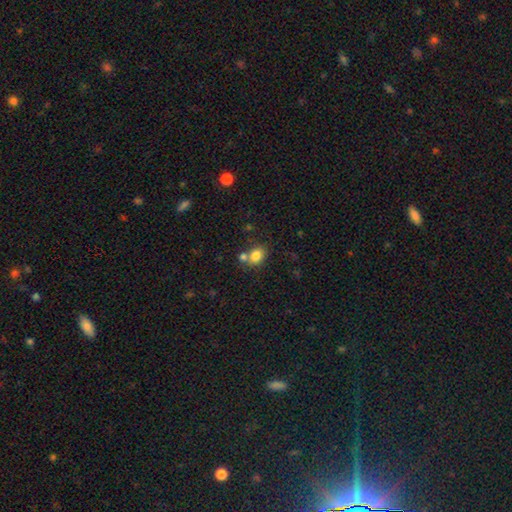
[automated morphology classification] smooth_or_featured: smooth (p=0.82) [alt: star or artifact p=0.10]
how_rounded: in between (p=0.56) [alt: round p=0.43]
merging: none (p=0.58) [alt: merger p=0.27]